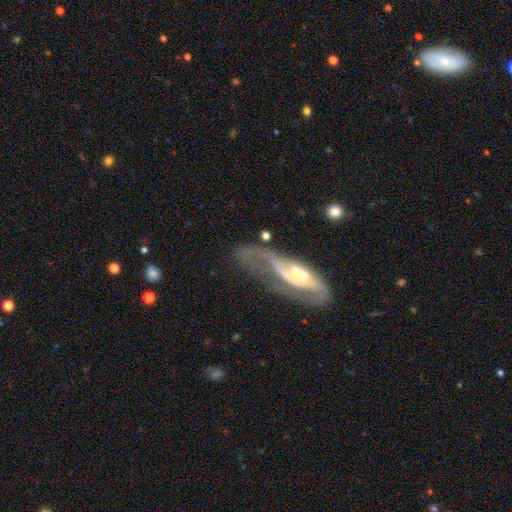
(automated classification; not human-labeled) Morphology: type=featured or disk (77%); edge-on=no (83%); bar=no (54%); spiral arms=yes (86%); winding=medium (42%); arm count=2 (48%); bulge=moderate (49%); merging=major disturbance (38%).